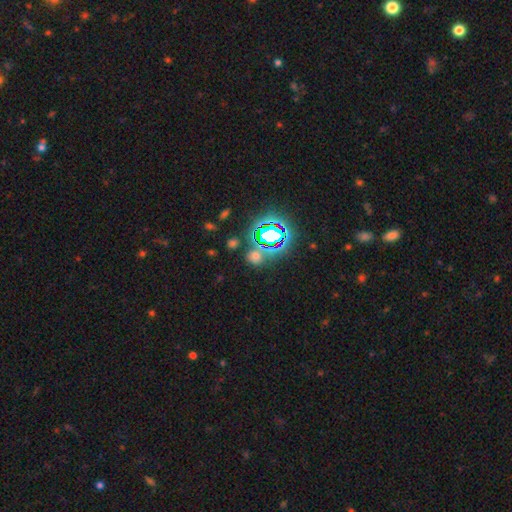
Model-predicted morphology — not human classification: A star or artifact, not a galaxy (48%).

Vote fractions:
- Smooth or featured? star or artifact: 48% / smooth: 43% / featured or disk: 9%